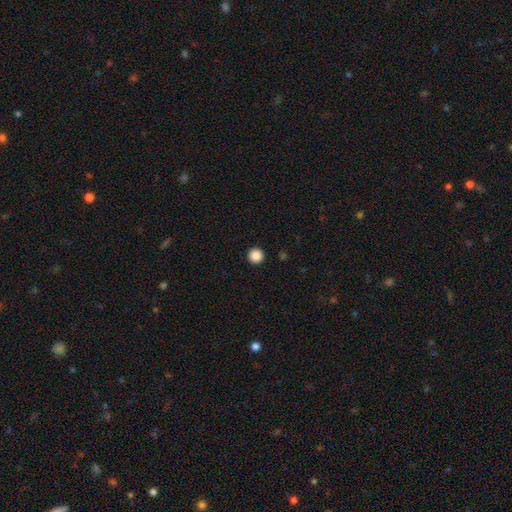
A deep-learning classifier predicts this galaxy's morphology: Smooth or featured?
  - smooth: 88% *
  - star or artifact: 10%
  - featured or disk: 2%
How rounded?
  - round: 97% *
  - in between: 2%
  - cigar-shaped: 1%
Merging?
  - none: 94% *
  - minor disturbance: 4%
  - major disturbance: 1%
  - merger: 1%